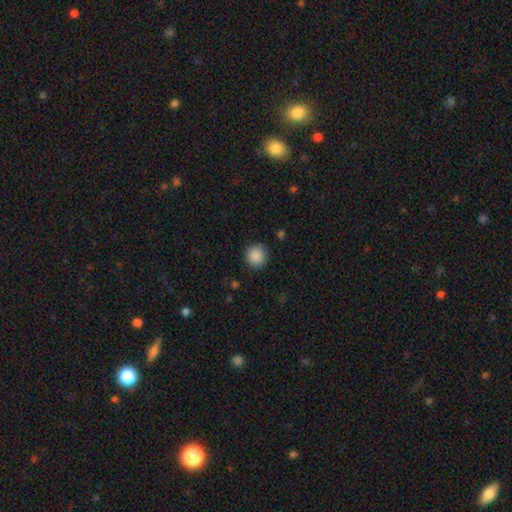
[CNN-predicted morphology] This is clearly a smooth galaxy (88%). How rounded: clearly round (93%). Merging: clearly none (90%).